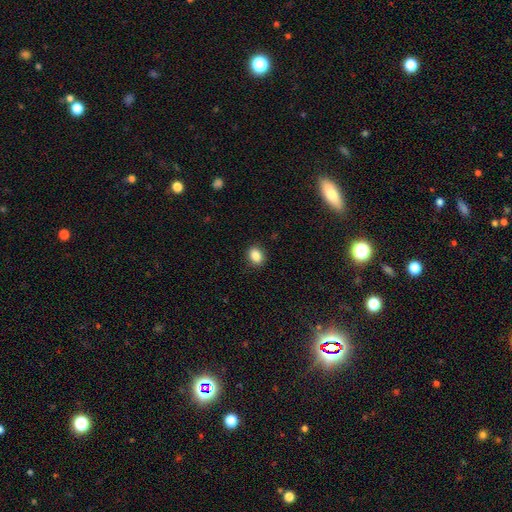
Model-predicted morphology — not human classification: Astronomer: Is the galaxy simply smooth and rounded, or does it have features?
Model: smooth — 87%.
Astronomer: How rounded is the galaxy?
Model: in between — 65%.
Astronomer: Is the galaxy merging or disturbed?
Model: none — 88%.